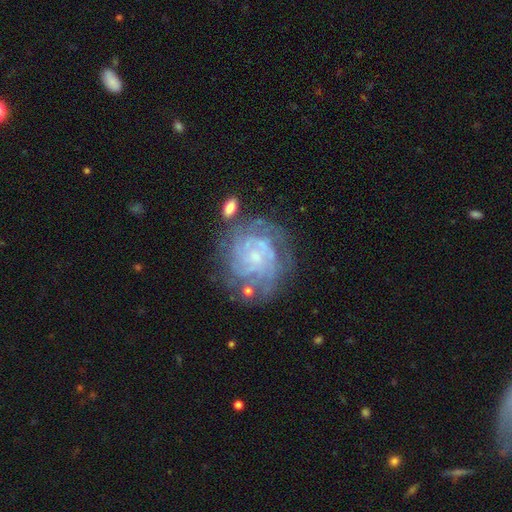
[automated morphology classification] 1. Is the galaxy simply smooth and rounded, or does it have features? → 84% featured or disk, 9% smooth, 7% star or artifact.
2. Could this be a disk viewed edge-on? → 98% no, 2% yes.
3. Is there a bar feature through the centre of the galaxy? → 70% no, 25% weak, 5% strong.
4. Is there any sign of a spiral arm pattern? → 95% yes, 5% no.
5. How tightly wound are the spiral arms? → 72% tight, 23% medium, 5% loose.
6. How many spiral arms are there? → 35% can't tell, 20% 4, 17% 3, 13% 2, 9% more than 4, 6% 1.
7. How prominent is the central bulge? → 67% small, 17% moderate, 13% none, 2% large, 1% dominant.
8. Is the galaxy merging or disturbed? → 69% none, 17% minor disturbance, 9% major disturbance, 5% merger.